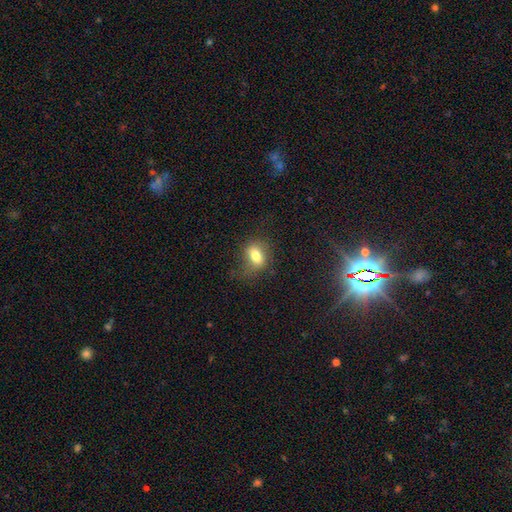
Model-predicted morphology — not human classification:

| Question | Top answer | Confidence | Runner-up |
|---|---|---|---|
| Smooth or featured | smooth | 77% | featured or disk (12%) |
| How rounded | in between | 74% | round (24%) |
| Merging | none | 64% | minor disturbance (22%) |